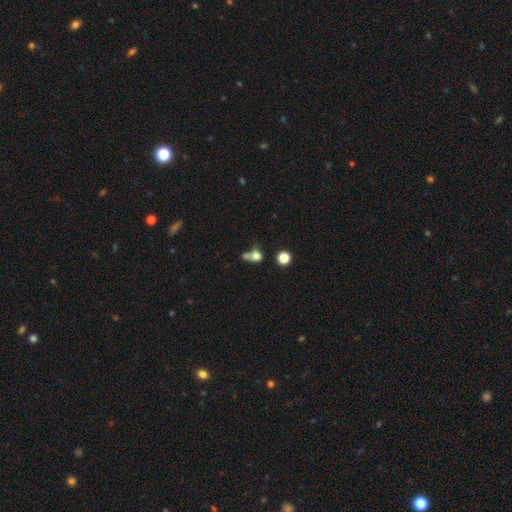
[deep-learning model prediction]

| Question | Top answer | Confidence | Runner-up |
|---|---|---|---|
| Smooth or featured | smooth | 72% | star or artifact (14%) |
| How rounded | round | 67% | in between (31%) |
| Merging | merger | 43% | none (32%) |